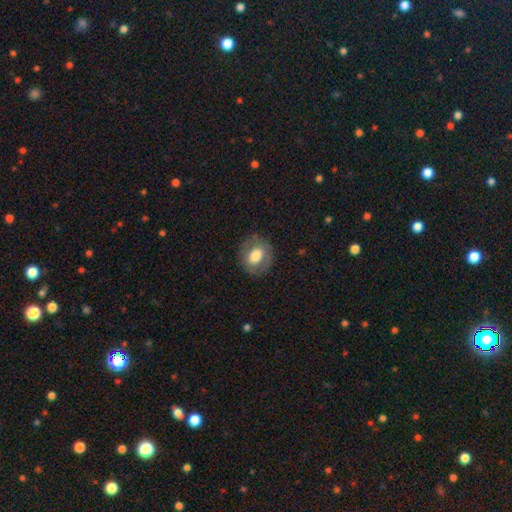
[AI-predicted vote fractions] Smooth or featured? smooth (66%)
How rounded? round (59%)
Merging? none (82%)